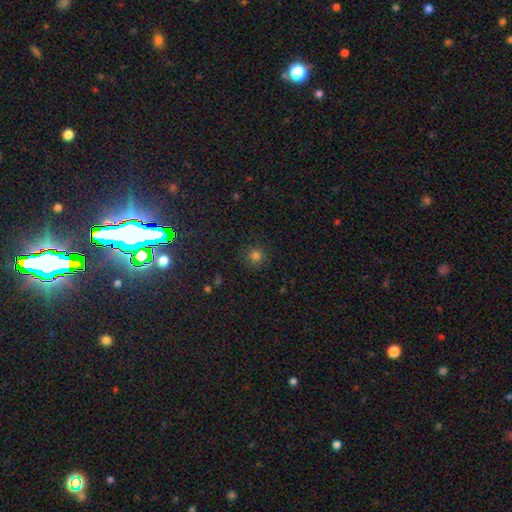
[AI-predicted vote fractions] Q: Smooth or featured?
A: smooth (76%); runner-up: star or artifact (19%)
Q: How rounded?
A: round (92%); runner-up: in between (7%)
Q: Merging?
A: none (87%); runner-up: minor disturbance (8%)